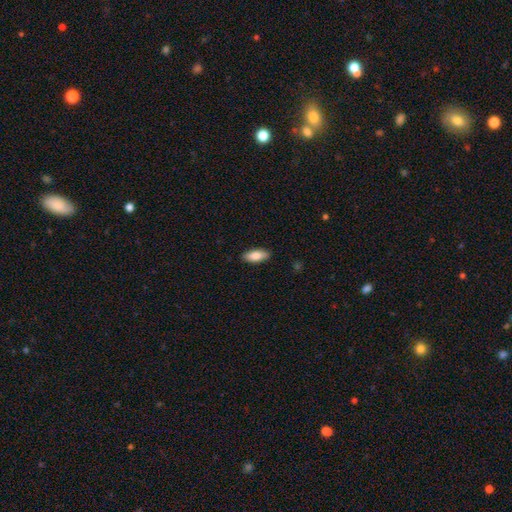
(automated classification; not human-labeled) This is clearly a smooth galaxy (84%). How rounded: clearly in between (82%). Merging: clearly none (89%).